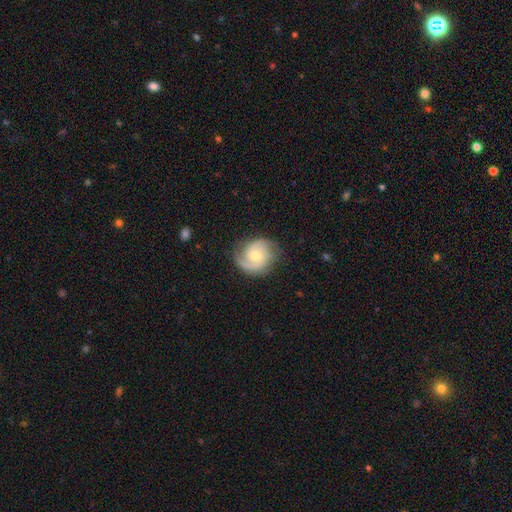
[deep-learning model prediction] smooth-or-featured: featured or disk: 81% | smooth: 13% | star or artifact: 5%
  disk-edge-on: no: 98% | yes: 2%
    bar: no: 60% | weak: 34% | strong: 5%
    has-spiral-arms: yes: 96% | no: 4%
      spiral-winding: medium: 45% | tight: 41% | loose: 14%
      spiral-arm-count: 2: 75% | 1: 9% | can't tell: 7% | 3: 6% | 4: 2% | more than 4: 2%
    bulge-size: moderate: 53% | small: 41% | large: 3% | none: 2% | dominant: 1%
  merging: none: 78% | minor disturbance: 15% | major disturbance: 6% | merger: 1%